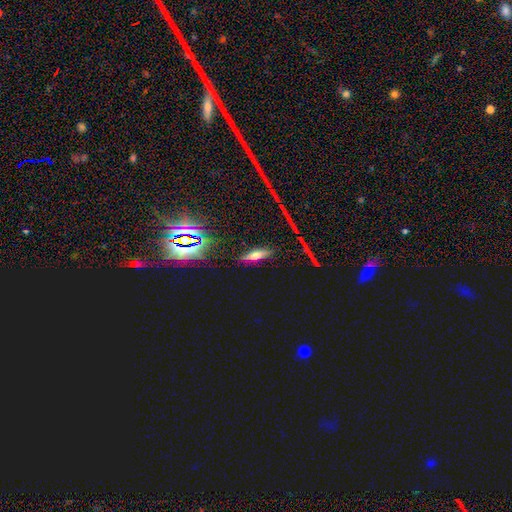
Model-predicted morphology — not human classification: Smooth or featured? Predicted: smooth (p=0.46). Merging? Predicted: none (p=0.86).